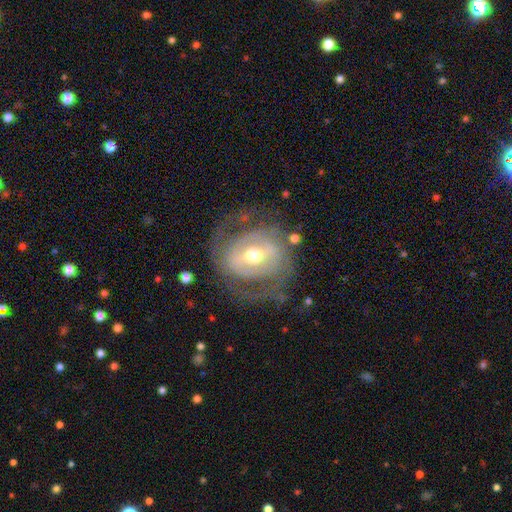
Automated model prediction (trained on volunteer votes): smooth-or-featured: featured or disk: 77% | smooth: 17% | star or artifact: 6%
  disk-edge-on: no: 95% | yes: 5%
    bar: strong: 38% (tied) | weak: 38% (tied) | no: 24%
    has-spiral-arms: yes: 68% | no: 32%
      spiral-winding: tight: 44% | medium: 38% | loose: 18%
      spiral-arm-count: 2: 67% | can't tell: 21% | 3: 4% | 1: 4% | 4: 2% | more than 4: 2%
    bulge-size: moderate: 68% | small: 23% | large: 7% | dominant: 1% | none: 1%
  merging: none: 67% | minor disturbance: 16% | major disturbance: 15% | merger: 2%